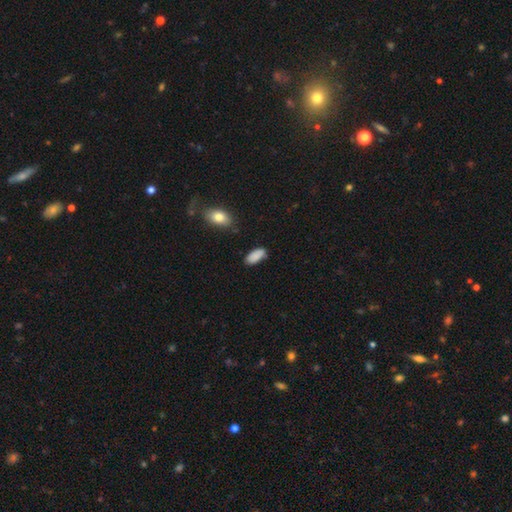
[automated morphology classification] This appears to be a smooth galaxy with no disk features (88%) that is in between round and cigar-shaped (87%). Merging: none (76%).